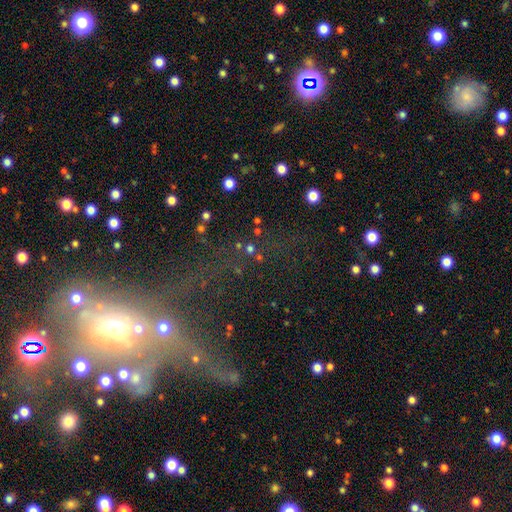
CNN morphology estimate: A star or artifact, not a galaxy (41%).